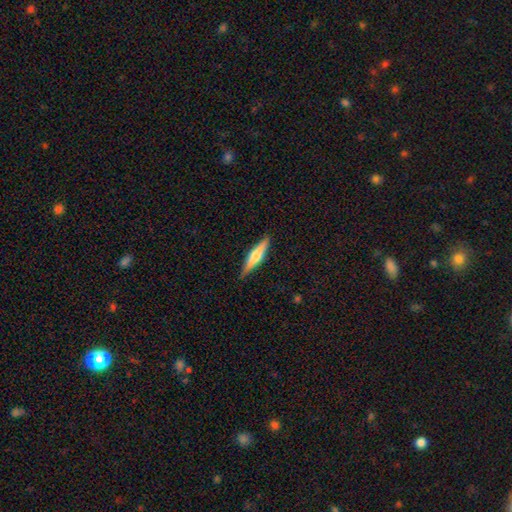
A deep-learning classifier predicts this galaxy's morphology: Q: Smooth or featured?
A: featured or disk (49%); runner-up: smooth (46%)
Q: Merging?
A: none (88%); runner-up: minor disturbance (9%)